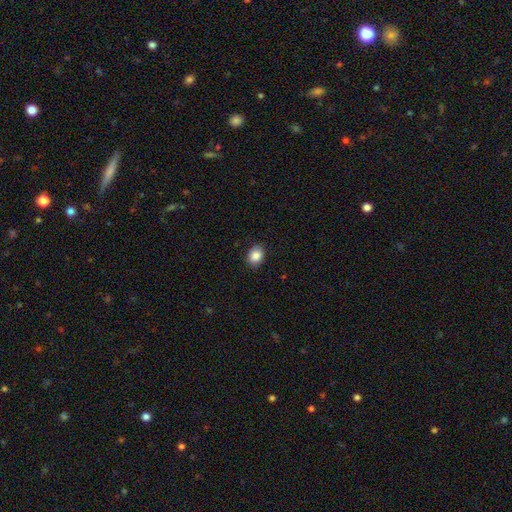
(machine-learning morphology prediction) smooth-or-featured: smooth: 87% | star or artifact: 8% | featured or disk: 5%
  how-rounded: in between: 58% | round: 41% | cigar-shaped: 1%
  merging: none: 89% | minor disturbance: 8% | major disturbance: 2% | merger: 1%